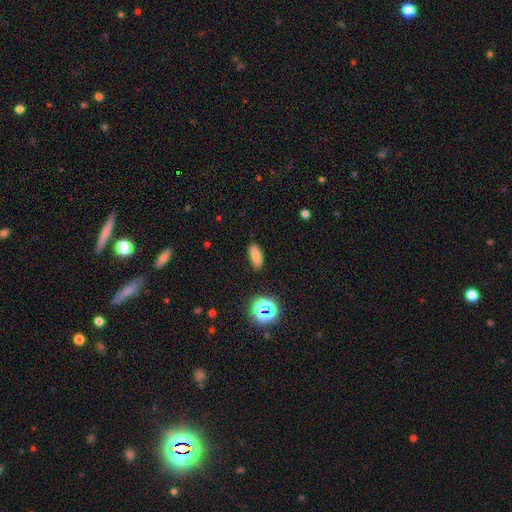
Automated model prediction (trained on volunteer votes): A smooth galaxy with no disk features (78%) that is in between round and cigar-shaped (75%).

Vote fractions:
- Smooth or featured? smooth: 78% / star or artifact: 13% / featured or disk: 9%
- How rounded? in between: 75% / cigar-shaped: 21% / round: 5%
- Merging? none: 87% / minor disturbance: 9% / major disturbance: 2% / merger: 2%